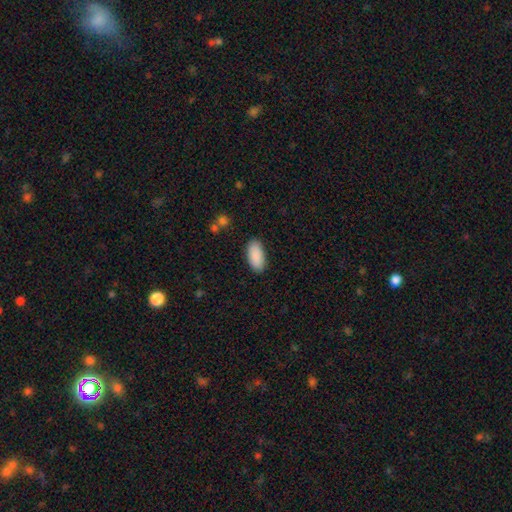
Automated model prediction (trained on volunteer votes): Q: Smooth or featured?
A: smooth (90%); runner-up: star or artifact (6%)
Q: How rounded?
A: in between (92%); runner-up: cigar-shaped (7%)
Q: Merging?
A: none (88%); runner-up: minor disturbance (9%)